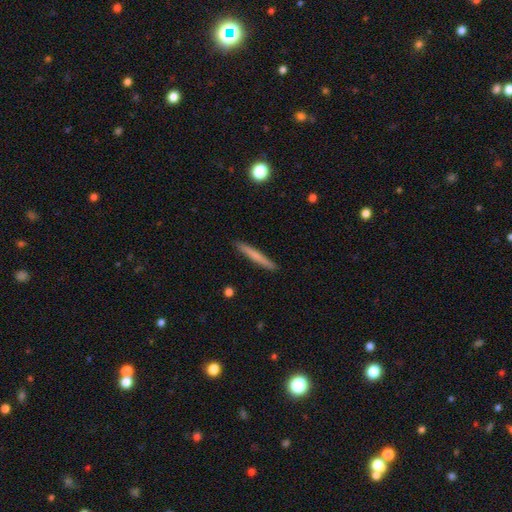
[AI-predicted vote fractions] Smooth or featured?
  - smooth: 67% *
  - featured or disk: 27%
  - star or artifact: 6%
How rounded?
  - cigar-shaped: 96% *
  - in between: 2%
  - round: 1%
Merging?
  - none: 91% *
  - minor disturbance: 6%
  - major disturbance: 1%
  - merger: 1%